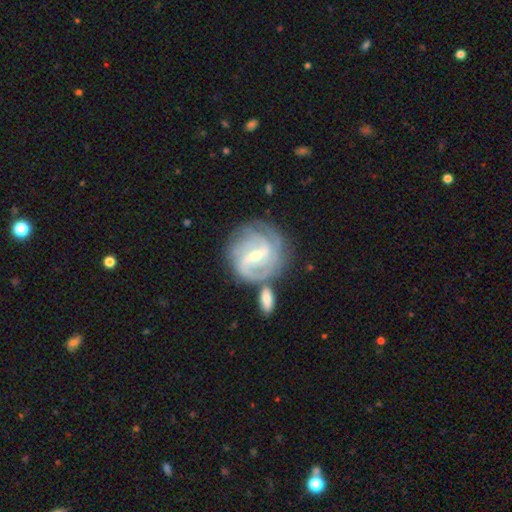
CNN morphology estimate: smooth_or_featured: featured or disk (p=0.89) [alt: smooth p=0.06]
disk_edge_on: no (p=0.97) [alt: yes p=0.03]
bar: weak (p=0.48) [alt: strong p=0.39]
has_spiral_arms: yes (p=0.97) [alt: no p=0.03]
spiral_winding: tight (p=0.56) [alt: medium p=0.36]
spiral_arm_count: 3 (p=0.33) [alt: 2 p=0.26]
bulge_size: small (p=0.52) [alt: moderate p=0.45]
merging: none (p=0.67) [alt: minor disturbance p=0.15]